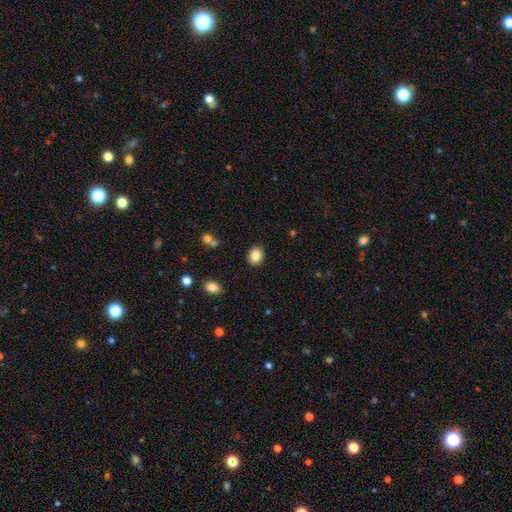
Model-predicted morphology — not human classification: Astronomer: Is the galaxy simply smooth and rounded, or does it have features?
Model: smooth — 85%.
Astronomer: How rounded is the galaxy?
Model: round — 61% (runner-up: in between, 38%).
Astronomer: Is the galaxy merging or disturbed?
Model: none — 89%.